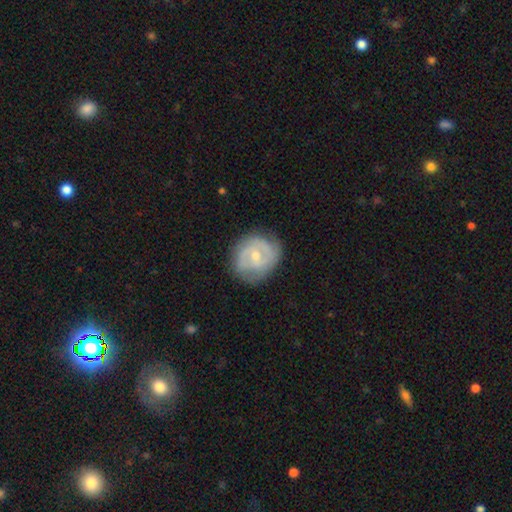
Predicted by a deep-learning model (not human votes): Smooth or featured? Predicted: featured or disk (p=0.72). Edge-on disk? Predicted: no (p=0.98). Bar? Predicted: no (p=0.53). Spiral arms? Predicted: yes (p=0.85). Spiral winding? Predicted: tight (p=0.47). Spiral arm count? Predicted: 2 (p=0.61). Bulge size? Predicted: small (p=0.48, tied with moderate). Merging? Predicted: none (p=0.75).